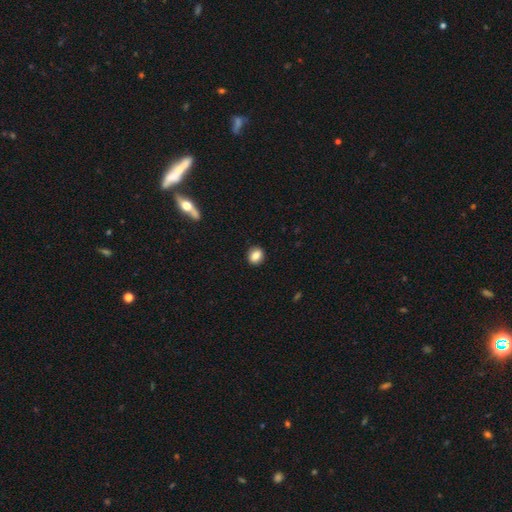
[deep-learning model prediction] This is clearly a smooth galaxy (85%). How rounded: possibly round (58%). Merging: clearly none (90%).